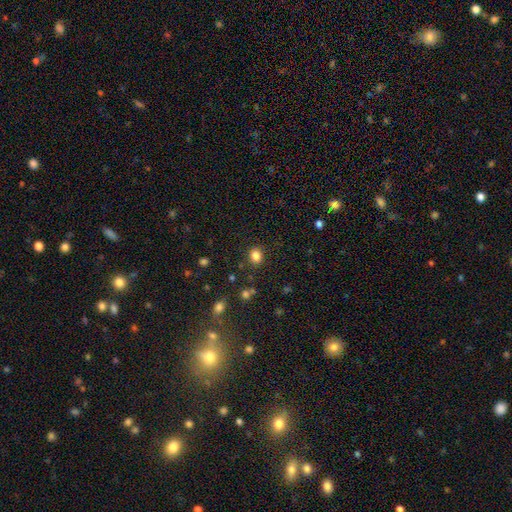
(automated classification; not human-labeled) This appears to be a smooth galaxy with no disk features (84%) that is round (60%). Merging: none (86%).